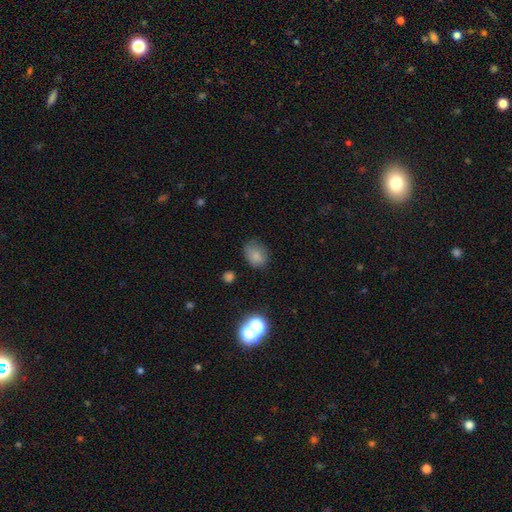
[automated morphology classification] A smooth galaxy with no disk features (80%) that is in between round and cigar-shaped (57%). Merging: none (72%).